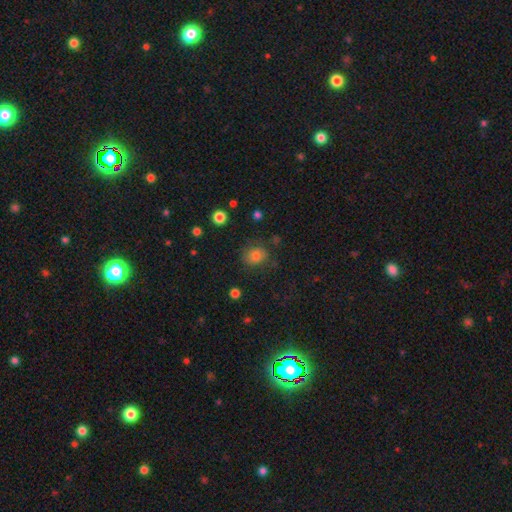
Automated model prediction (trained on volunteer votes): The model was most divided on "how rounded": round: 65%, in between: 34%, cigar-shaped: 1%. More confident: smooth or featured — smooth (77%); merging — none (70%).